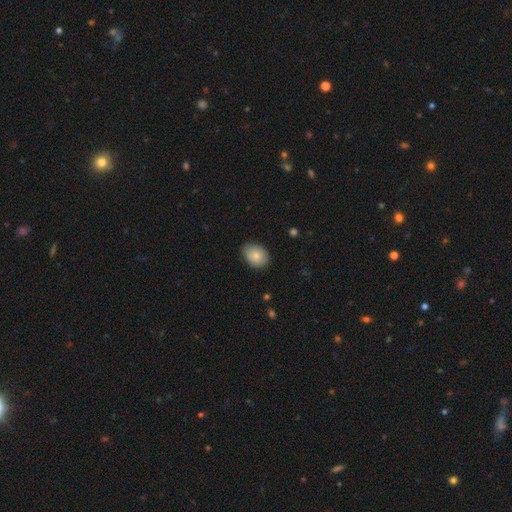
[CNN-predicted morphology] Smooth or featured? smooth (84%)
How rounded? in between (73%)
Merging? none (81%)